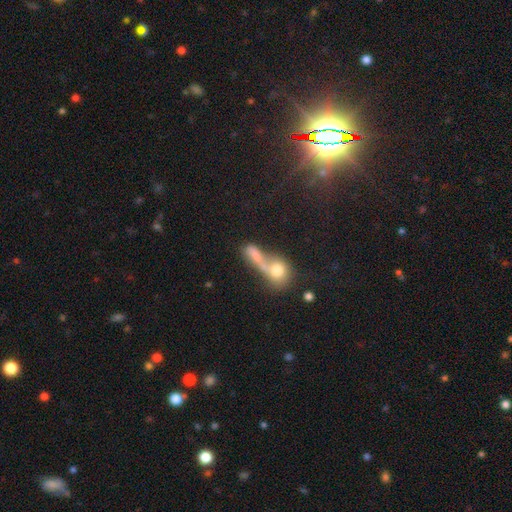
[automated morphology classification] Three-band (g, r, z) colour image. It shows a smooth galaxy with no disk features (68%) that is in between round and cigar-shaped (49%). Merging: merger (65%).